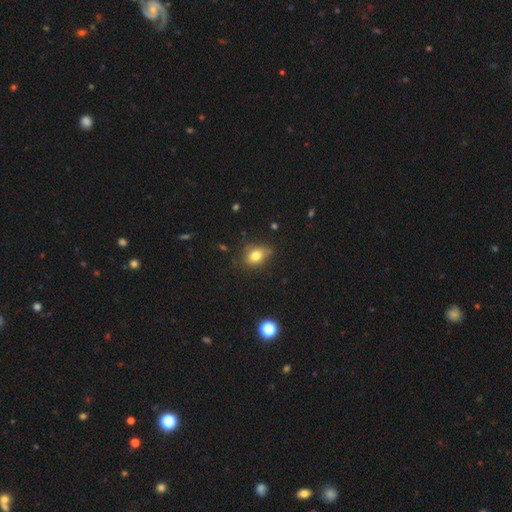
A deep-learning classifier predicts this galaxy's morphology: Smooth or featured? Predicted: smooth (p=0.77). How rounded? Predicted: in between (p=0.66). Merging? Predicted: none (p=0.66).